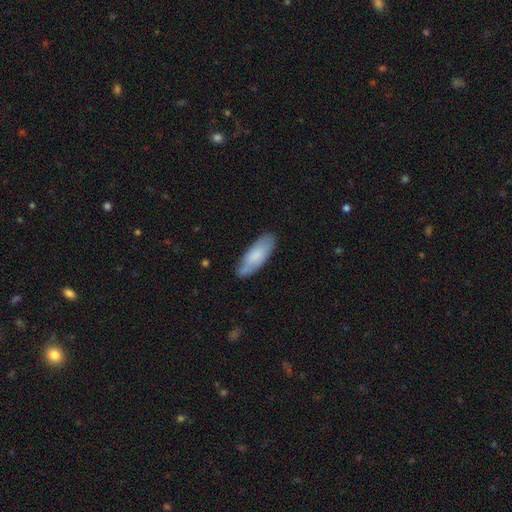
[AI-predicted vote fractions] Smooth or featured: smooth — 75% (featured or disk — 19%)
How rounded: in between — 68% (cigar-shaped — 31%)
Merging: none — 78% (minor disturbance — 17%)